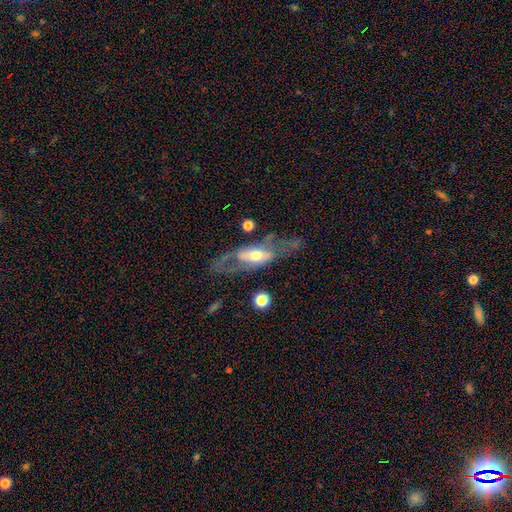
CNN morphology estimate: Overall: featured or disk (70%). Edge-on disk: no (77%). Bar: no (50%; weak 27%). Spiral arms: yes (51%; no 49%). Bulge size: moderate (64%). Merging: none (45%; major disturbance 31%).